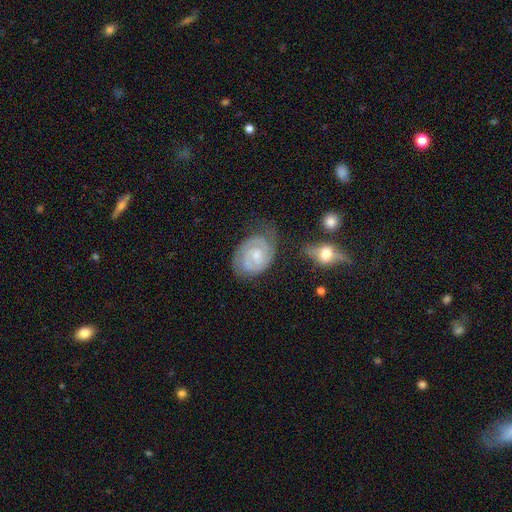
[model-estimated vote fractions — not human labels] Morphology: type=featured or disk (82%); edge-on=no (98%); bar=no (48%); spiral arms=yes (96%); winding=tight (66%); arm count=2 (70%); bulge=small (52%); merging=none (67%).